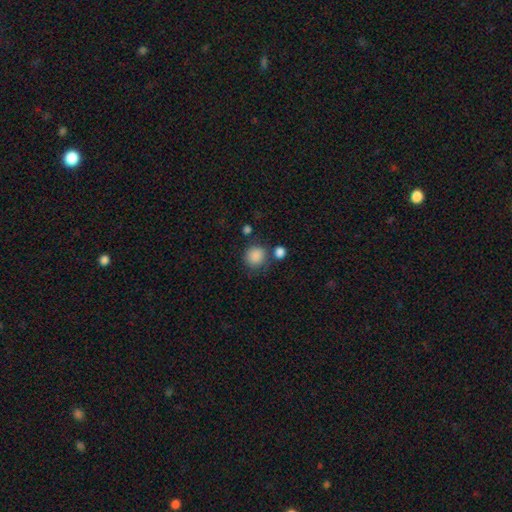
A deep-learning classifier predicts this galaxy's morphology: A smooth galaxy with no disk features (87%) that is round (85%). Merging: none (71%).